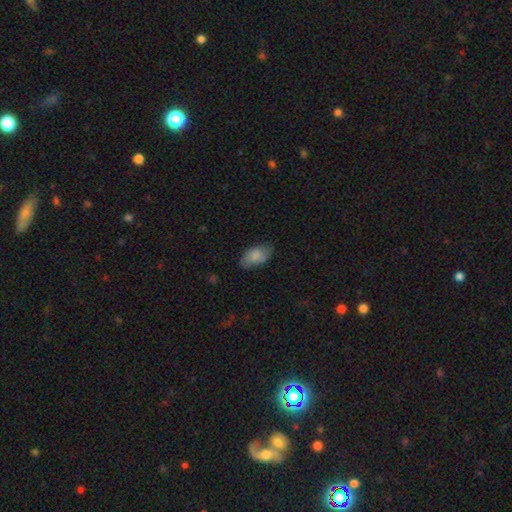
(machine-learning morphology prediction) type=smooth (79%); roundness=in between (94%); merging=none (73%).